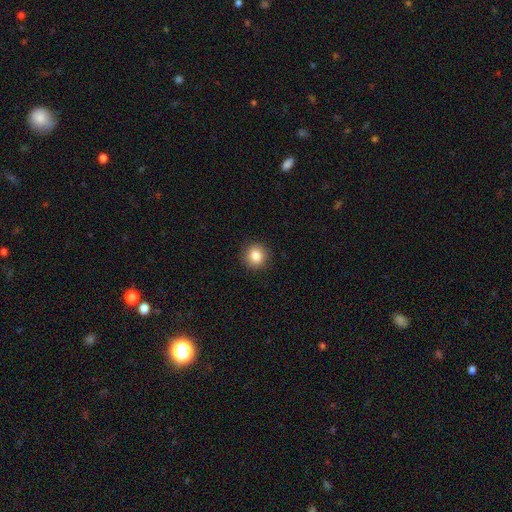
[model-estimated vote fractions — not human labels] Smooth or featured?
  - smooth: 85% *
  - star or artifact: 10%
  - featured or disk: 5%
How rounded?
  - round: 89% *
  - in between: 10%
  - cigar-shaped: 1%
Merging?
  - none: 90% *
  - minor disturbance: 7%
  - major disturbance: 2%
  - merger: 1%